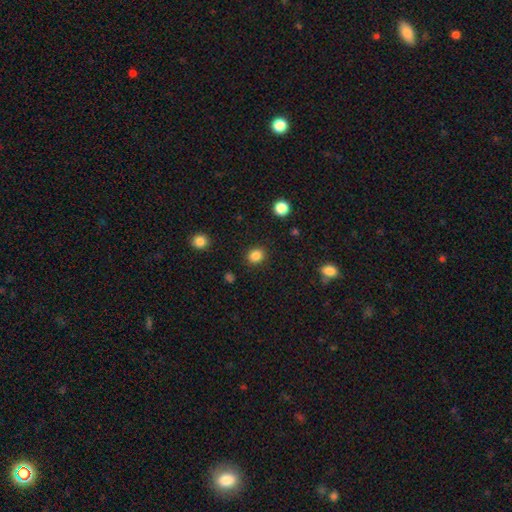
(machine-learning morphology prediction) type=smooth (85%); roundness=round (72%); merging=none (89%).